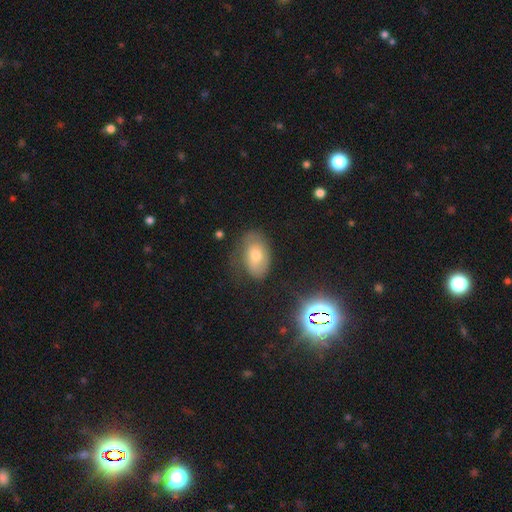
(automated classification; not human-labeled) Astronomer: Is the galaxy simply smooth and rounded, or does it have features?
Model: smooth — 50% (runner-up: featured or disk, 34%).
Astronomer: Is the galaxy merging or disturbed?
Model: none — 61%.